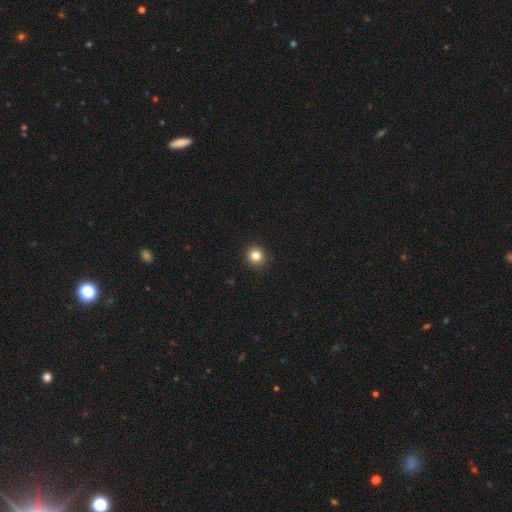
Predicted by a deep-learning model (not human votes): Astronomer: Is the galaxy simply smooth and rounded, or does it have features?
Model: smooth — 83%.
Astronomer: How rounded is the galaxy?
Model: round — 93%.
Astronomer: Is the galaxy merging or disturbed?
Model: none — 93%.